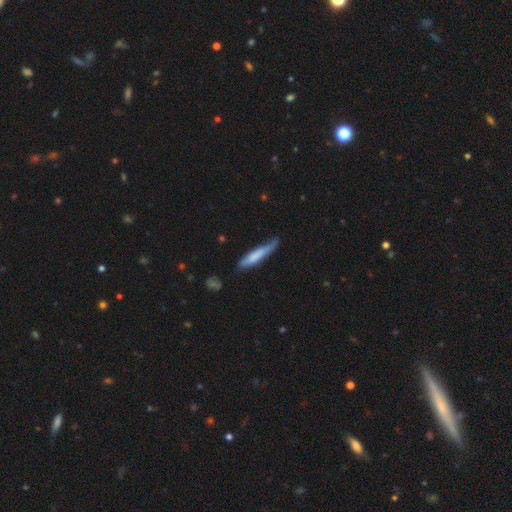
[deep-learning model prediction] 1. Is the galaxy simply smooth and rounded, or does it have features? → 67% smooth, 27% featured or disk, 5% star or artifact.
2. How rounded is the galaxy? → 89% cigar-shaped, 10% in between, 1% round.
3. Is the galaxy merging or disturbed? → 57% none, 31% minor disturbance, 9% major disturbance, 3% merger.